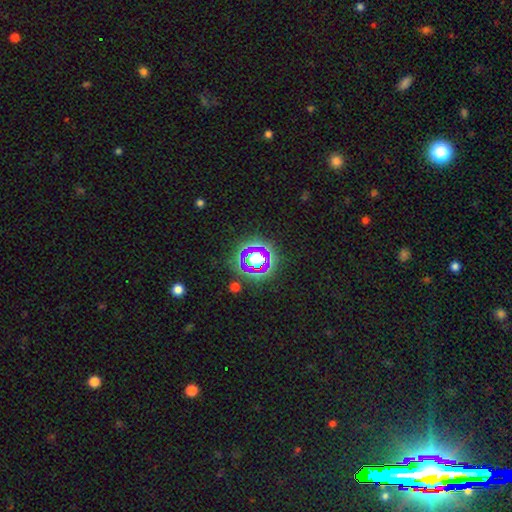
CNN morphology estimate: Smooth or featured: star or artifact — 61% (smooth — 25%)